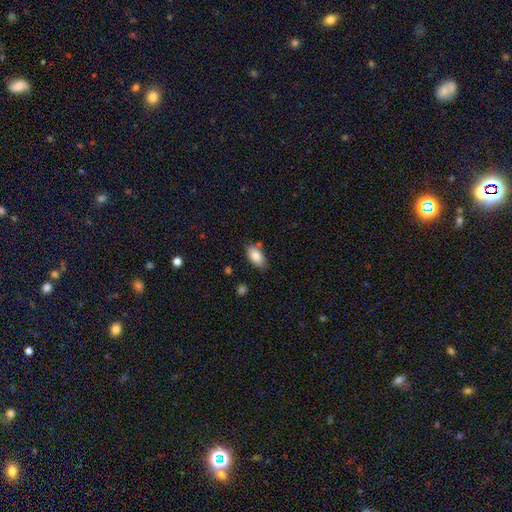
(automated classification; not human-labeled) The model was most divided on "merging": none: 77%, minor disturbance: 16%, merger: 4%, major disturbance: 3%. More confident: how rounded — in between (92%); smooth or featured — smooth (86%).